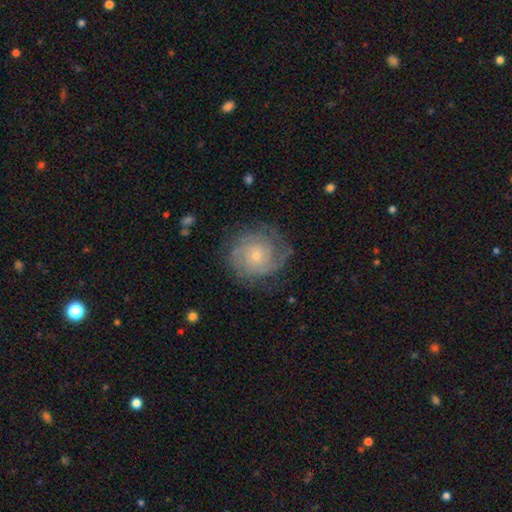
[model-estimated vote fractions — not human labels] A featured or disk galaxy (77%) with no bar (79%), tight (68%) spiral arms (93%) and a small central bulge (71%).

Vote fractions:
- Smooth or featured? featured or disk: 77% / smooth: 16% / star or artifact: 7%
- Edge-on disk? no: 98% / yes: 2%
- Bar? no: 79% / weak: 19% / strong: 3%
- Spiral arms? yes: 93% / no: 7%
- Spiral winding? tight: 68% / medium: 25% / loose: 7%
- Spiral arm count? can't tell: 34% / 2: 29% / 3: 18% / 4: 7% / 1: 6% / more than 4: 5%
- Bulge size? small: 71% / moderate: 25% / none: 2% / large: 2% / dominant: 1%
- Merging? none: 76% / minor disturbance: 15% / major disturbance: 7% / merger: 1%